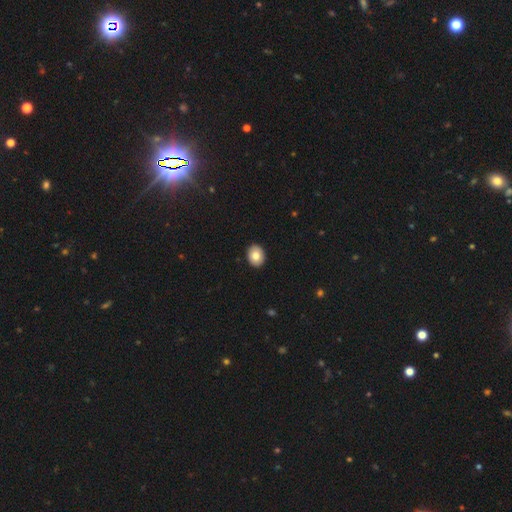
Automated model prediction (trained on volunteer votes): Smooth or featured? smooth (81%)
How rounded? in between (53%)
Merging? none (92%)